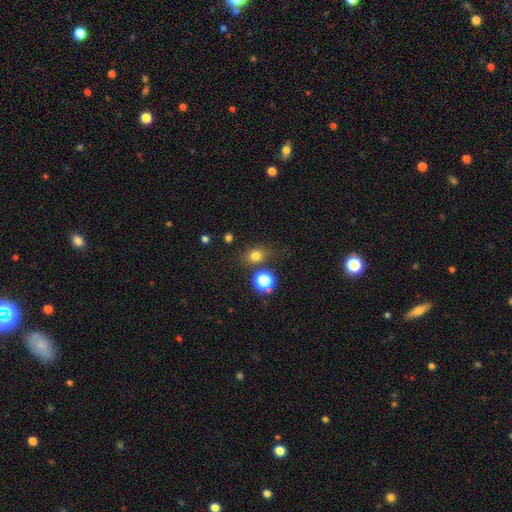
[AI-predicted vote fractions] Smooth or featured: smooth — 75% (star or artifact — 18%)
How rounded: round — 62% (in between — 37%)
Merging: none — 73% (minor disturbance — 14%)